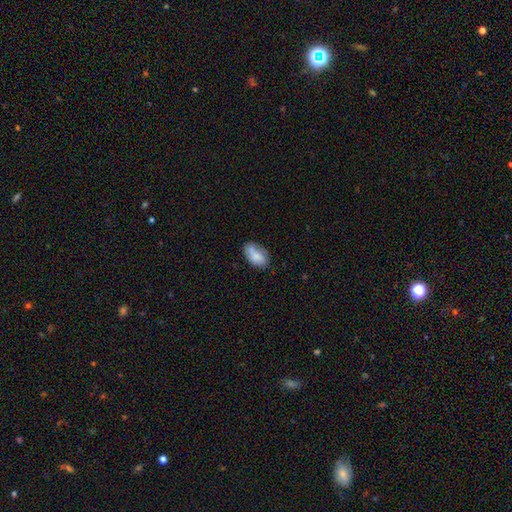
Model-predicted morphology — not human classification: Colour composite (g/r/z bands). It shows a smooth galaxy with no disk features (74%) that is in between round and cigar-shaped (92%). Merging: none (56%).